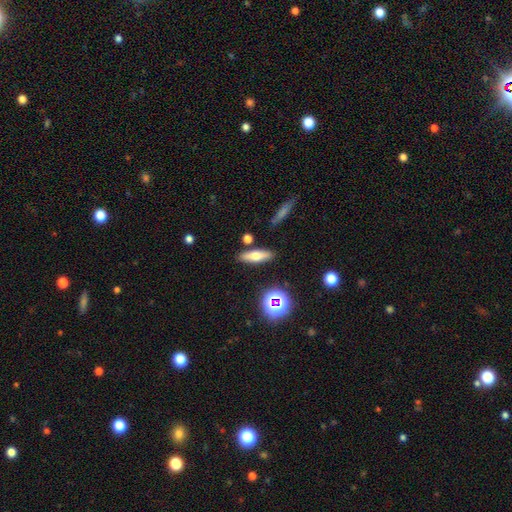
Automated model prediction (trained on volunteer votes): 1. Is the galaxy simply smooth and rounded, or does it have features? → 59% smooth, 30% featured or disk, 11% star or artifact.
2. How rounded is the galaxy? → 56% cigar-shaped, 40% in between, 5% round.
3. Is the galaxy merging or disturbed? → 85% none, 8% minor disturbance, 4% merger, 2% major disturbance.